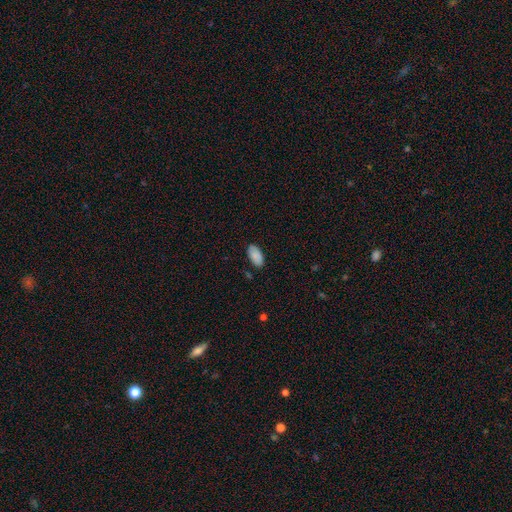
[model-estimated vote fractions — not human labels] This is clearly a smooth galaxy (88%). How rounded: clearly in between (95%). Merging: clearly none (84%).